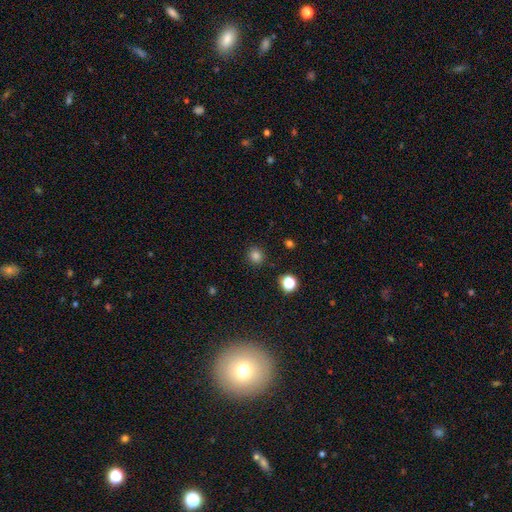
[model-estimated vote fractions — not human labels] Smooth or featured: smooth — 81% (star or artifact — 15%)
How rounded: round — 85% (in between — 14%)
Merging: none — 89% (minor disturbance — 7%)